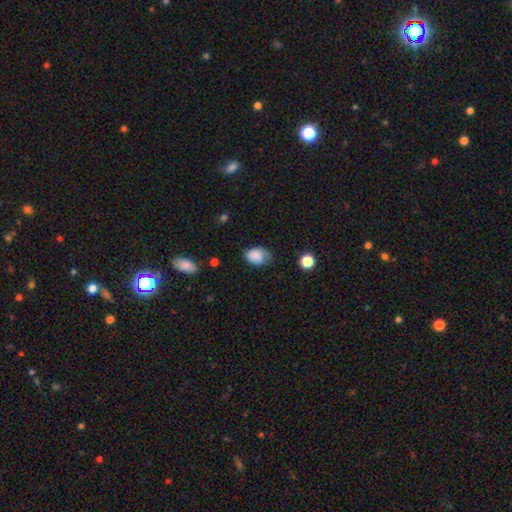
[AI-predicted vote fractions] smooth-or-featured: smooth: 76% | featured or disk: 15% | star or artifact: 8%
  how-rounded: in between: 76% | round: 23% | cigar-shaped: 1%
  merging: none: 48% | minor disturbance: 36% | major disturbance: 14% | merger: 2%